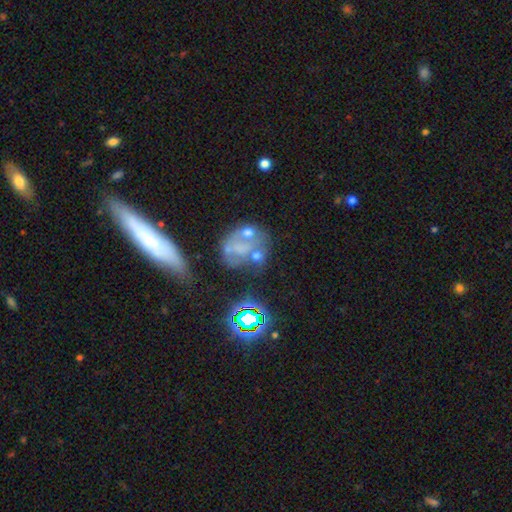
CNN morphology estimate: The model was most divided on "merging" (2-way tie): none: 32%, merger: 32%, major disturbance: 20%, minor disturbance: 16%. Remaining: smooth or featured — featured or disk (41%).